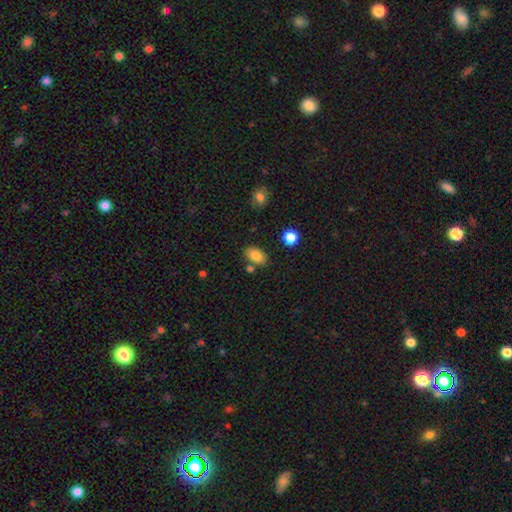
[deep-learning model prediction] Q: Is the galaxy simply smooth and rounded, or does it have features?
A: smooth — 83%.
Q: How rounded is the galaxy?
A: in between — 88%.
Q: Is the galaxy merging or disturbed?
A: none — 74%.